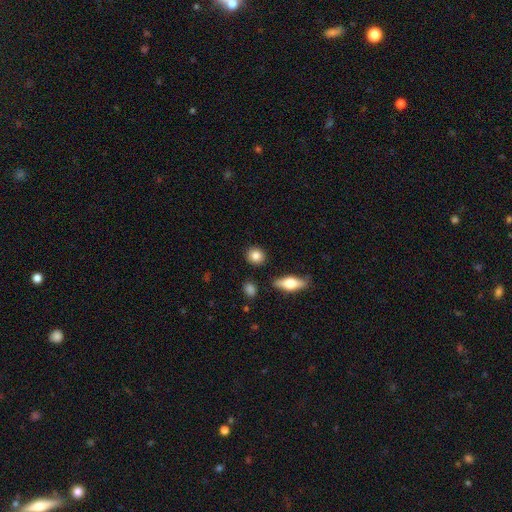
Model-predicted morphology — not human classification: type=smooth (84%); roundness=round (82%); merging=none (89%).